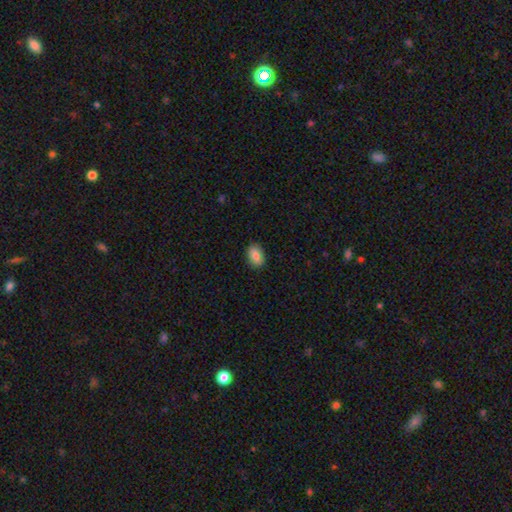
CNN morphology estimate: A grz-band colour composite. It shows a smooth galaxy with no disk features (84%) that is in between round and cigar-shaped (86%). Merging: none (87%).